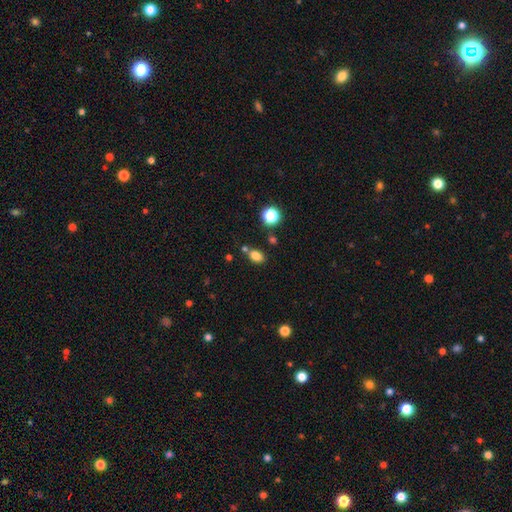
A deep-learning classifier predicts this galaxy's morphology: A smooth galaxy with no disk features (81%) that is in between round and cigar-shaped (75%).

Vote fractions:
- Smooth or featured? smooth: 81% / star or artifact: 13% / featured or disk: 6%
- How rounded? in between: 75% / round: 24% / cigar-shaped: 2%
- Merging? none: 71% / merger: 13% / minor disturbance: 13% / major disturbance: 3%